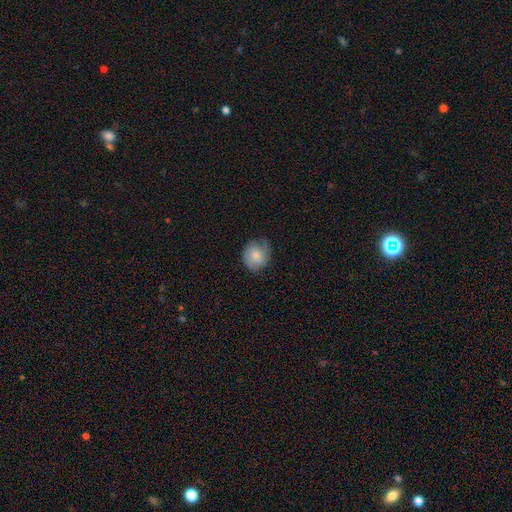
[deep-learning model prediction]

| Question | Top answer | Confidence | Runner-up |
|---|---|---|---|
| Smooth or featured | smooth | 73% | featured or disk (20%) |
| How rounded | round | 67% | in between (32%) |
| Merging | none | 67% | minor disturbance (25%) |